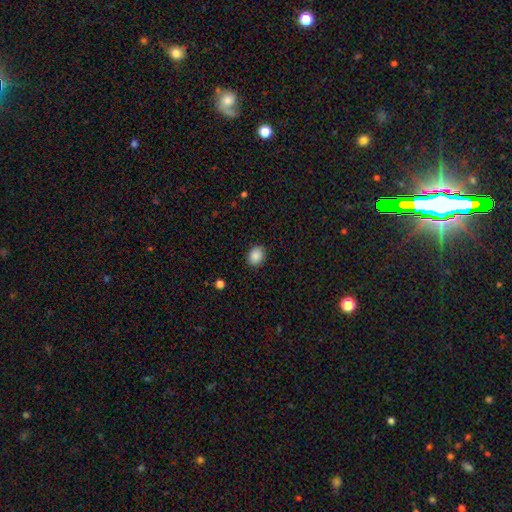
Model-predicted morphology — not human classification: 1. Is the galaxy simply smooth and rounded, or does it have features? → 87% smooth, 8% star or artifact, 5% featured or disk.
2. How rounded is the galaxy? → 57% in between, 42% round, 1% cigar-shaped.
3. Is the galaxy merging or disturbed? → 87% none, 10% minor disturbance, 2% major disturbance, 1% merger.